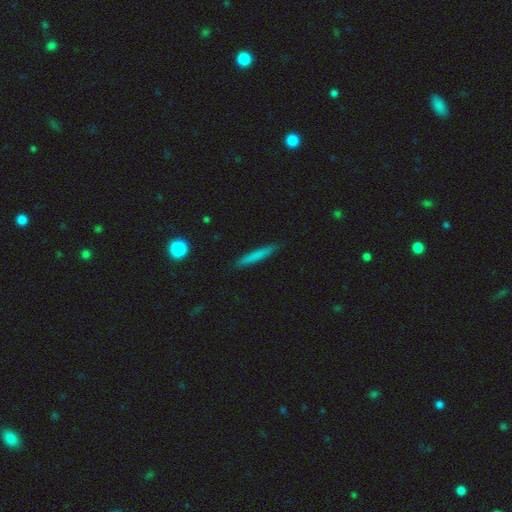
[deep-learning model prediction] Morphology: type=smooth (71%); roundness=cigar-shaped (95%); merging=none (90%).